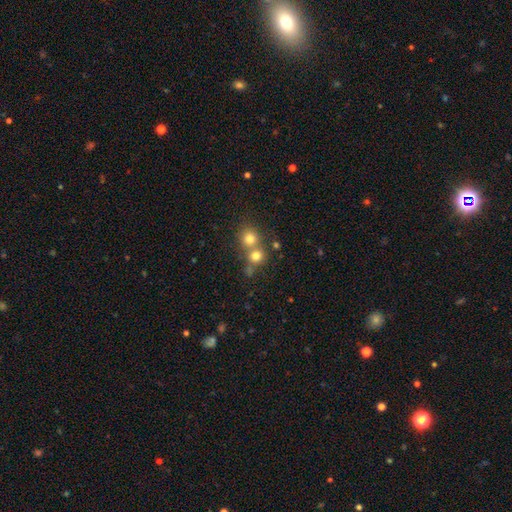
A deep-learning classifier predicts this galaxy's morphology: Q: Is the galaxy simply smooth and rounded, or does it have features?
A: smooth — 75%.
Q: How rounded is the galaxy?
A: round — 86%.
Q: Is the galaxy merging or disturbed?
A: none — 46%.